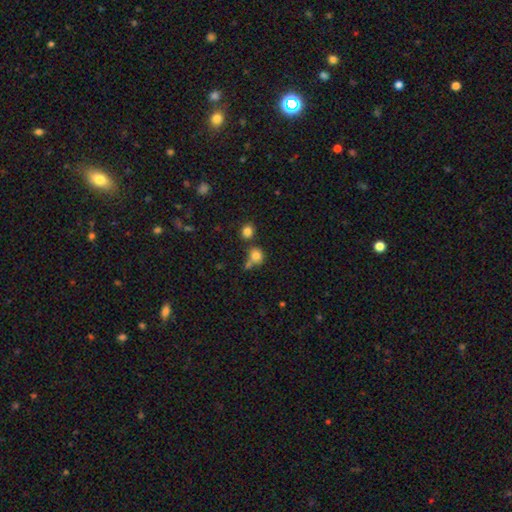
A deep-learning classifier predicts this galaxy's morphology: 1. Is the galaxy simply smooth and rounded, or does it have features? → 80% smooth, 12% star or artifact, 8% featured or disk.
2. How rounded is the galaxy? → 81% round, 18% in between, 1% cigar-shaped.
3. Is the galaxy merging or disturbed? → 52% none, 27% merger, 15% minor disturbance, 6% major disturbance.